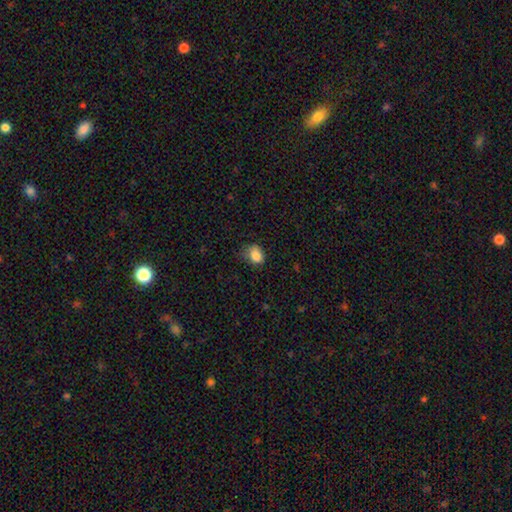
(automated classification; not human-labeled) Smooth or featured? Predicted: smooth (p=0.85). How rounded? Predicted: in between (p=0.62). Merging? Predicted: none (p=0.56).